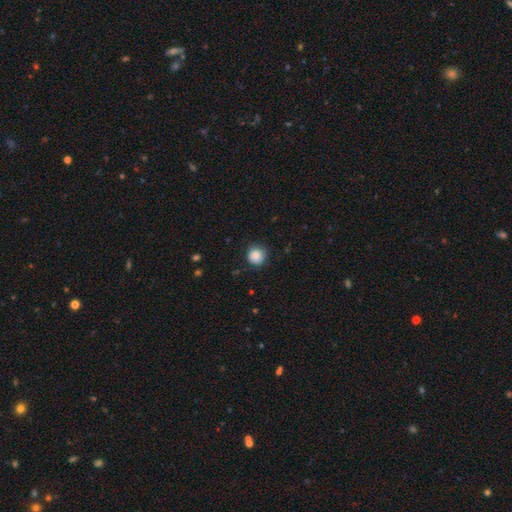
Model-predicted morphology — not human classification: Smooth or featured? smooth (84%)
How rounded? round (91%)
Merging? none (78%)